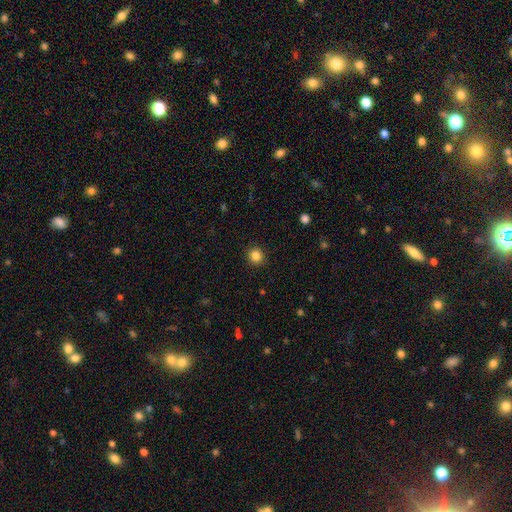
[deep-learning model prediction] This is clearly a smooth galaxy (85%). How rounded: clearly round (90%). Merging: clearly none (91%).